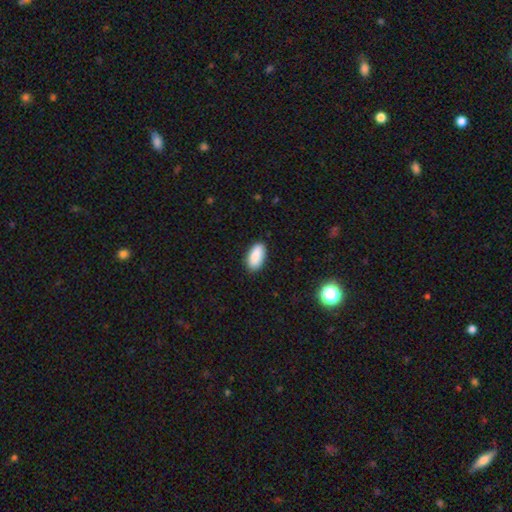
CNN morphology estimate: Q: Smooth or featured?
A: smooth (90%); runner-up: star or artifact (7%)
Q: How rounded?
A: in between (92%); runner-up: cigar-shaped (5%)
Q: Merging?
A: none (88%); runner-up: minor disturbance (9%)